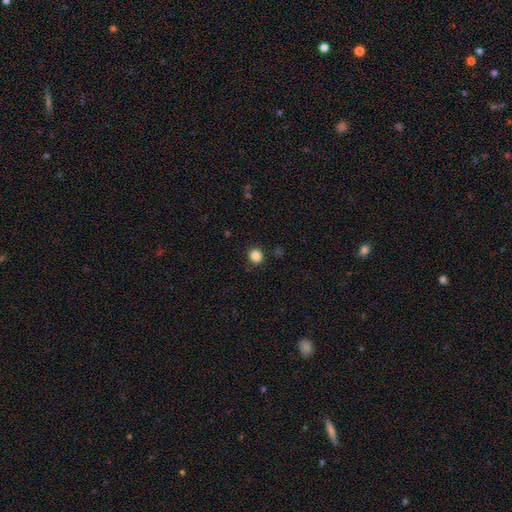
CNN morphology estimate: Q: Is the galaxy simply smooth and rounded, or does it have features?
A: smooth — 86%.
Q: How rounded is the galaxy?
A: round — 83%.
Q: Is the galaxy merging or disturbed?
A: none — 88%.